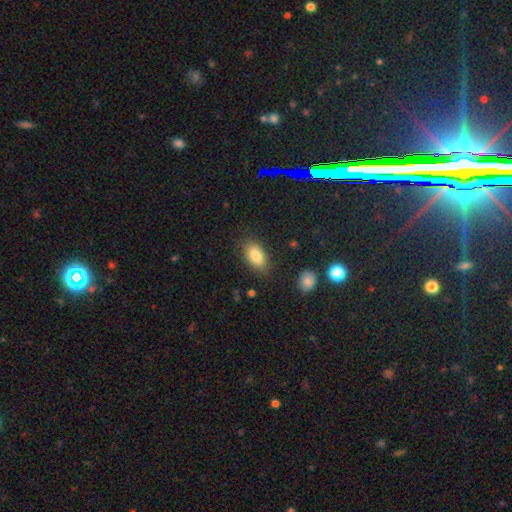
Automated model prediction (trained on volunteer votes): Smooth or featured: smooth — 83% (featured or disk — 8%)
How rounded: in between — 89% (round — 8%)
Merging: none — 82% (minor disturbance — 12%)